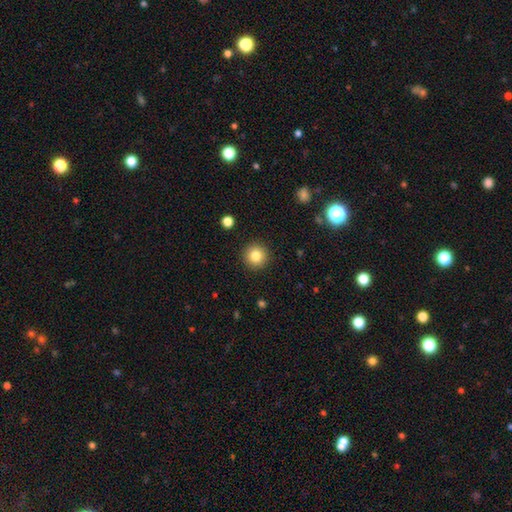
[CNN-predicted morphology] smooth 82%, star or artifact 11%, featured or disk 7%. Down the decision tree: how rounded — round (96%); merging — none (92%).